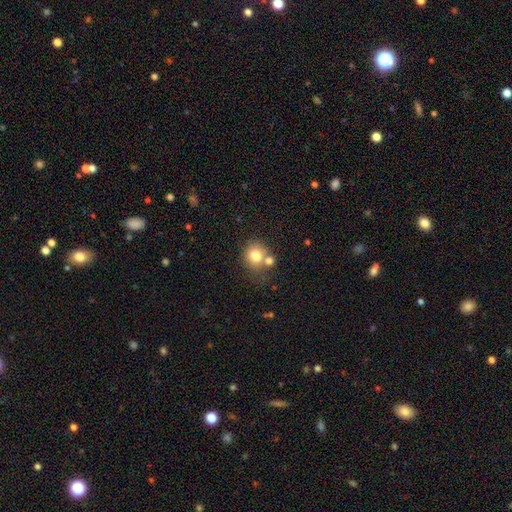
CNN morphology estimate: Q: Smooth or featured?
A: smooth (77%); runner-up: featured or disk (12%)
Q: How rounded?
A: round (75%); runner-up: in between (24%)
Q: Merging?
A: none (54%); runner-up: merger (29%)